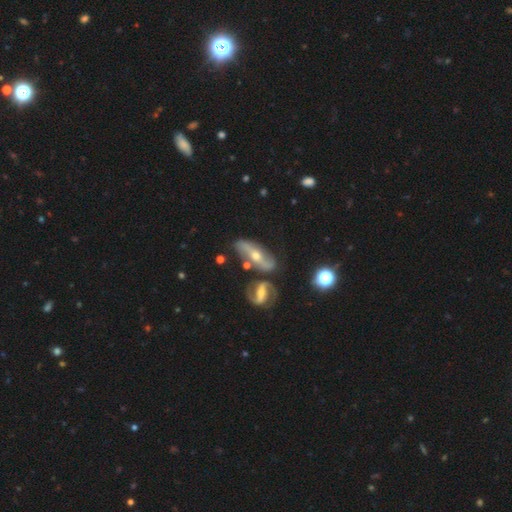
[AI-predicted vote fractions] featured or disk 73%, smooth 20%, star or artifact 7%. Down the decision tree: edge-on disk — no (75%); bar — strong (43%); spiral arms — yes (80%); bulge size — moderate (54%); merging — none (59%).